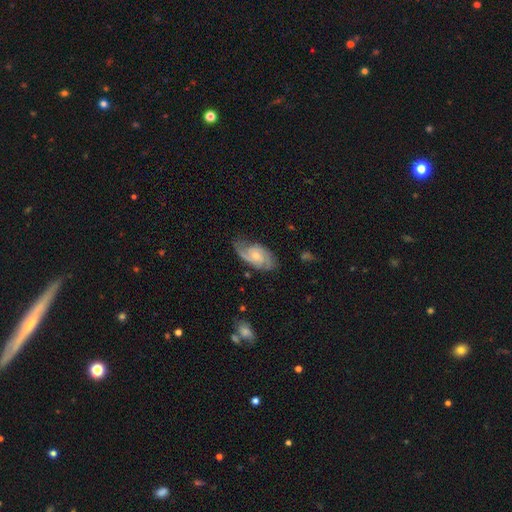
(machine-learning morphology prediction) A featured or disk galaxy (81%) with no bar (61%), 2 (67%) medium (48%) spiral arms (96%) and a small central bulge (53%). Merging: none (69%).